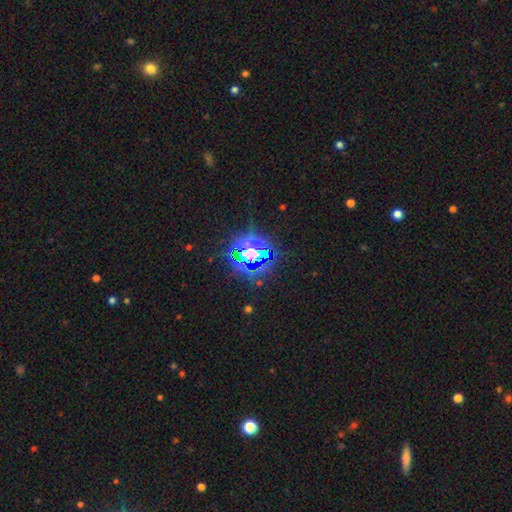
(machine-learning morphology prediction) A star or artifact, not a galaxy (75%).